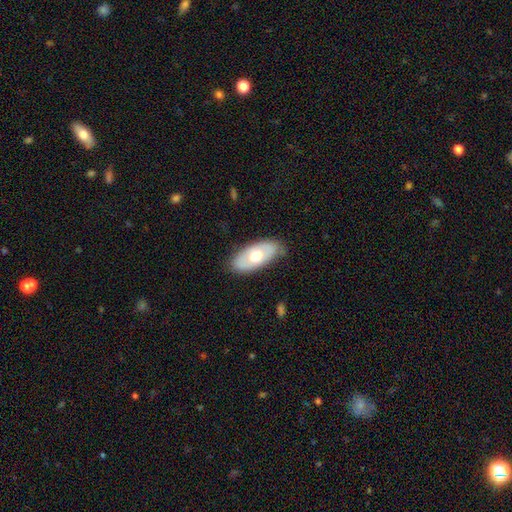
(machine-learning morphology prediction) Q: Smooth or featured?
A: smooth (54%); runner-up: featured or disk (40%)
Q: How rounded?
A: in between (91%); runner-up: cigar-shaped (5%)
Q: Merging?
A: none (80%); runner-up: minor disturbance (15%)